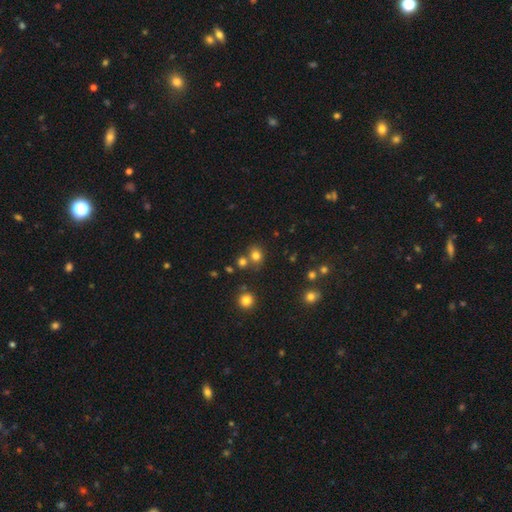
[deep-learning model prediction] Smooth or featured: smooth — 76% (star or artifact — 17%)
How rounded: round — 71% (in between — 28%)
Merging: none — 66% (merger — 21%)